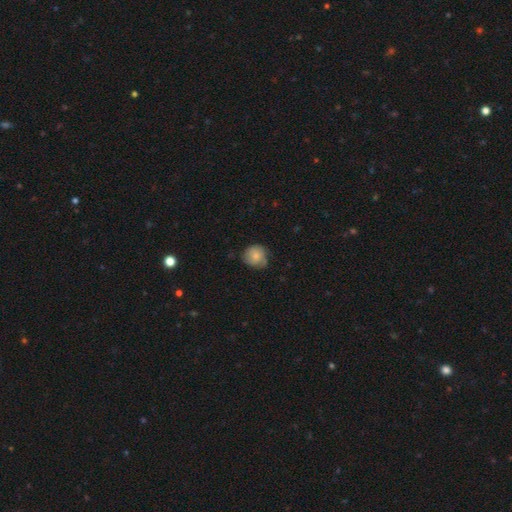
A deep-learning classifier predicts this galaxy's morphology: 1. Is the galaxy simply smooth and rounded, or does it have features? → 76% smooth, 16% featured or disk, 8% star or artifact.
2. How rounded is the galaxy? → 85% round, 14% in between, 1% cigar-shaped.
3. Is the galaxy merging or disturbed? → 63% none, 30% minor disturbance, 6% major disturbance, 2% merger.